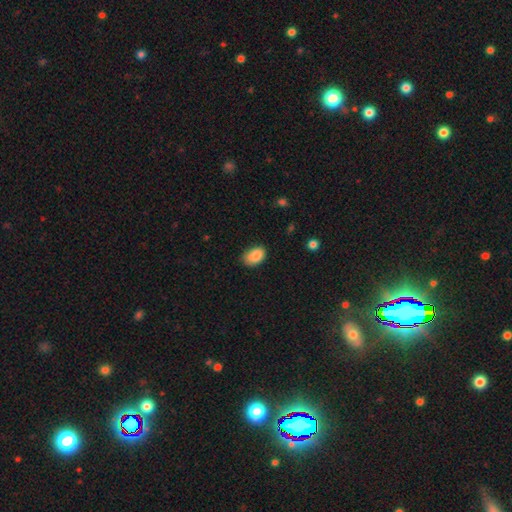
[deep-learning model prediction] This appears to be a smooth galaxy with no disk features (86%) that is in between round and cigar-shaped (87%). Merging: none (64%).